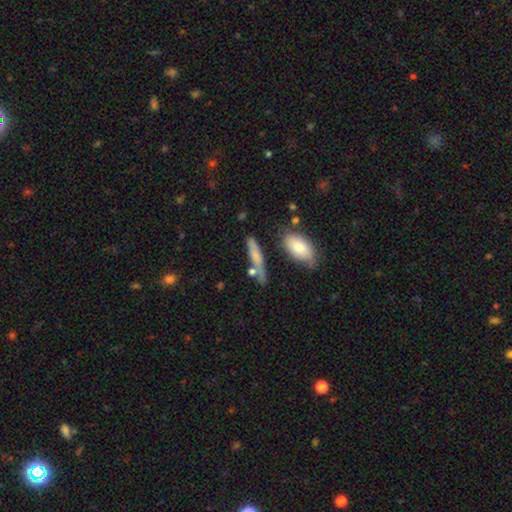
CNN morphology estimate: Smooth or featured: smooth — 68% (featured or disk — 24%)
How rounded: cigar-shaped — 74% (in between — 22%)
Merging: none — 62% (minor disturbance — 19%)